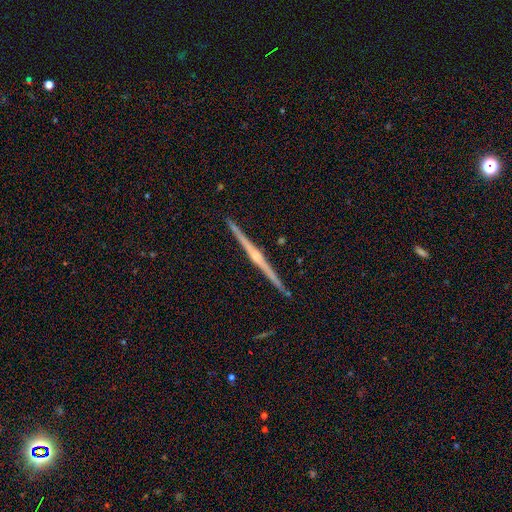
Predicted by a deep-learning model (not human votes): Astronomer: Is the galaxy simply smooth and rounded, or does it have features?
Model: featured or disk — 86%.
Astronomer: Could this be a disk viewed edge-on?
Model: yes — 99%.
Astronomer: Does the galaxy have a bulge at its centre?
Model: rounded — 78%.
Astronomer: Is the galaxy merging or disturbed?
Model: none — 93%.